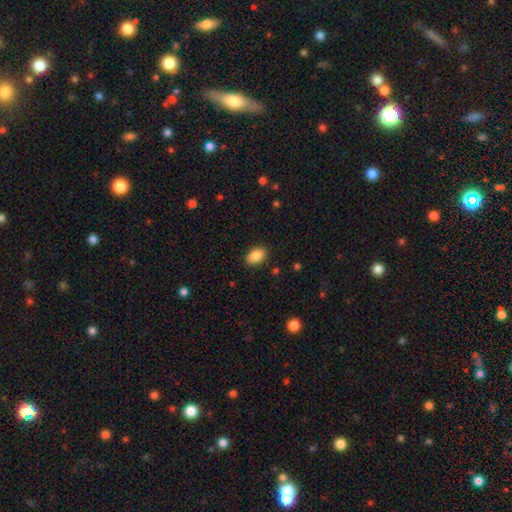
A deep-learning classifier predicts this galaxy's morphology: smooth 89%, star or artifact 8%, featured or disk 3%. Down the decision tree: how rounded — in between (86%); merging — none (88%).